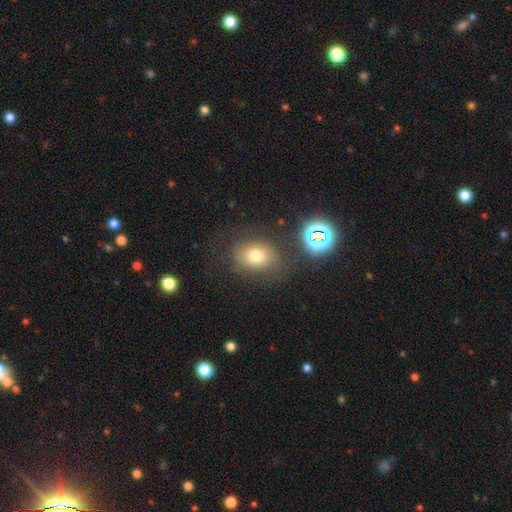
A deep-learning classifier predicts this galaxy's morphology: A smooth galaxy with no disk features (71%) that is in between round and cigar-shaped (58%). Merging: none (70%).